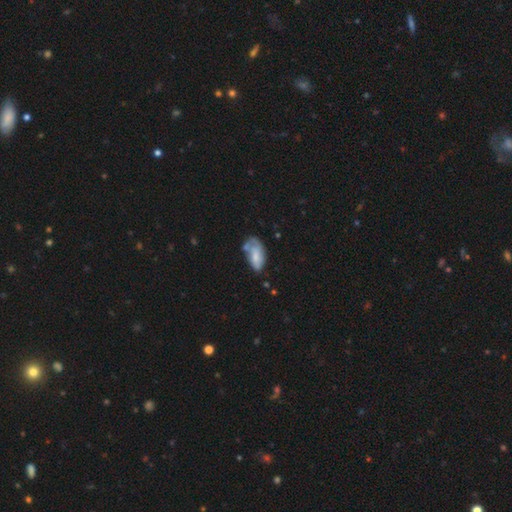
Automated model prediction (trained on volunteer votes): Smooth or featured: smooth — 60% (featured or disk — 32%)
How rounded: in between — 90% (cigar-shaped — 6%)
Merging: none — 38% (minor disturbance — 32%)